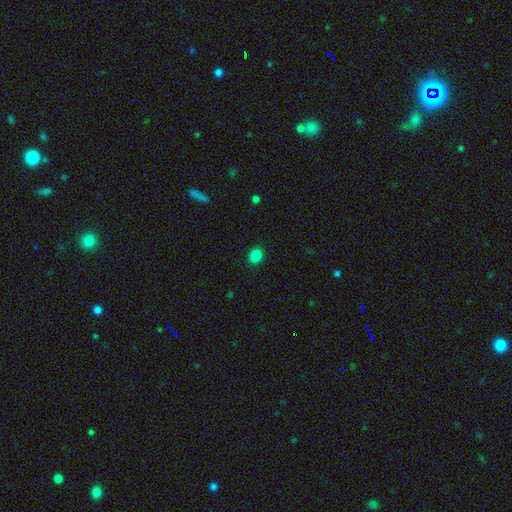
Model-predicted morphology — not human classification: smooth 85%, star or artifact 11%, featured or disk 3%. Down the decision tree: how rounded — round (62%); merging — none (91%).